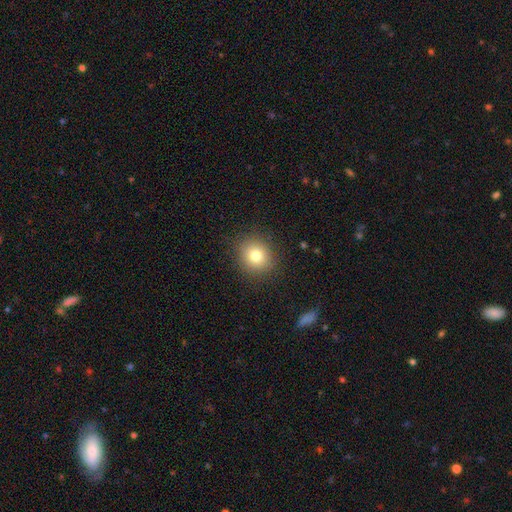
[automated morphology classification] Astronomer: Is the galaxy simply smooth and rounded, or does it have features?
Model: smooth — 79%.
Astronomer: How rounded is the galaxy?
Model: round — 83%.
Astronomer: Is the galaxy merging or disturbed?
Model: none — 88%.